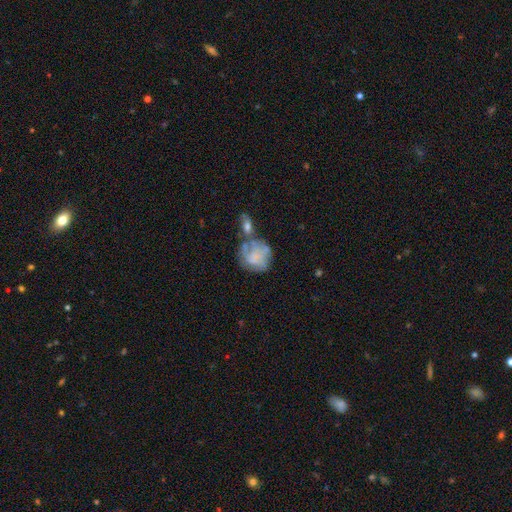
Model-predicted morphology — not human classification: The model was most divided on "smooth or featured": featured or disk: 50%, smooth: 42%, star or artifact: 9%. Remaining: merging — none (37%).